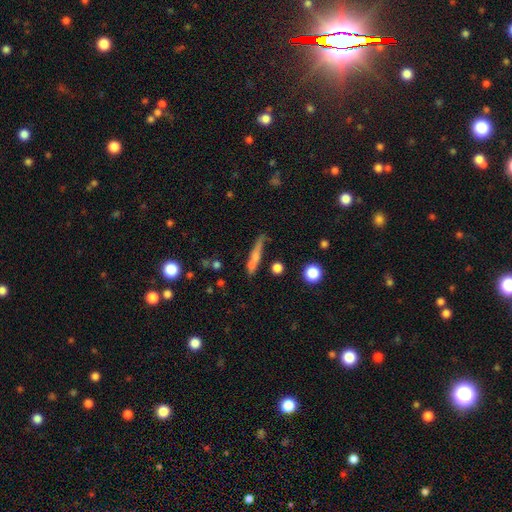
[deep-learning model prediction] The model was most divided on "smooth or featured": smooth: 57%, featured or disk: 32%, star or artifact: 11%. More confident: how rounded — cigar-shaped (84%); merging — none (55%).